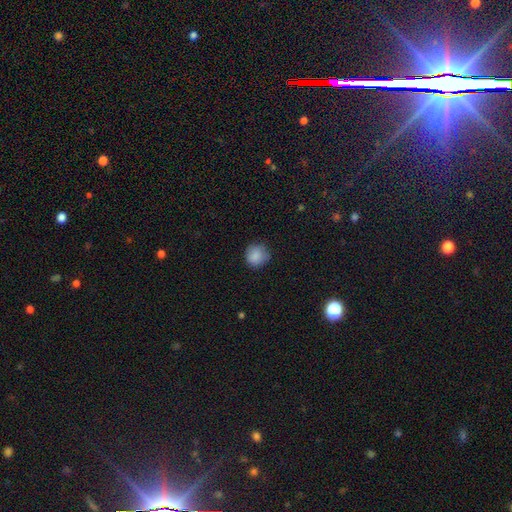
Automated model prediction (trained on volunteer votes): Smooth or featured: smooth — 87% (star or artifact — 8%)
How rounded: round — 90% (in between — 9%)
Merging: none — 76% (minor disturbance — 19%)